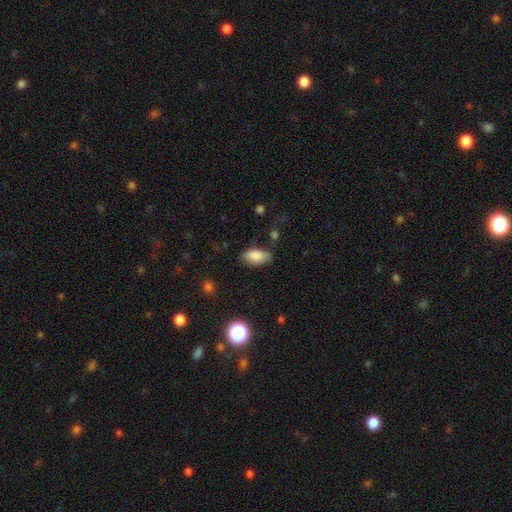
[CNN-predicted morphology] Smooth or featured?
  - smooth: 86% *
  - star or artifact: 8%
  - featured or disk: 7%
How rounded?
  - in between: 92% *
  - cigar-shaped: 4%
  - round: 3%
Merging?
  - none: 77% *
  - minor disturbance: 17%
  - major disturbance: 4%
  - merger: 2%